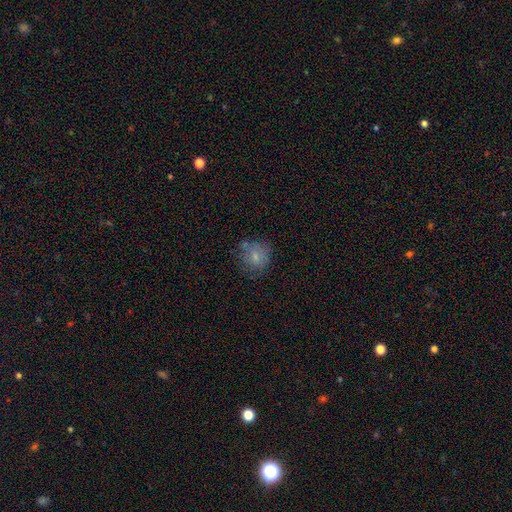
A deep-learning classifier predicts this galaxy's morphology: A smooth galaxy with no disk features (74%) that is round (83%).

Vote fractions:
- Smooth or featured? smooth: 74% / featured or disk: 16% / star or artifact: 9%
- How rounded? round: 83% / in between: 16% / cigar-shaped: 1%
- Merging? none: 65% / minor disturbance: 21% / major disturbance: 8% / merger: 6%